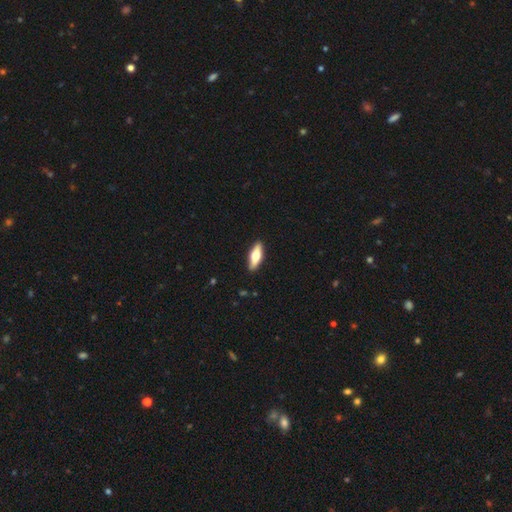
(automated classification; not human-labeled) smooth_or_featured: smooth (p=0.51) [alt: featured or disk p=0.43]
how_rounded: in between (p=0.53) [alt: cigar-shaped p=0.44]
merging: none (p=0.90) [alt: minor disturbance p=0.07]